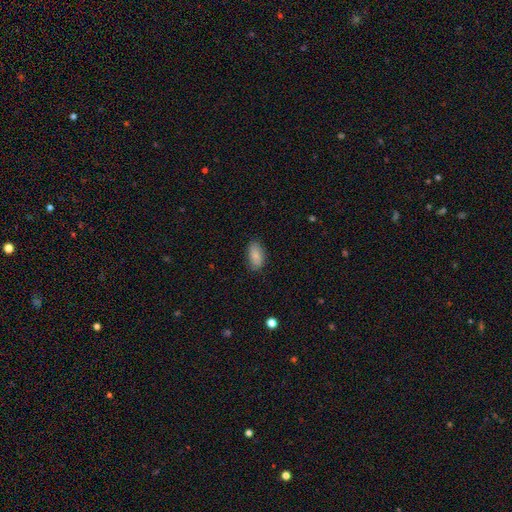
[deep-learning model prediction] Smooth or featured? Predicted: smooth (p=0.82). How rounded? Predicted: in between (p=0.93). Merging? Predicted: none (p=0.82).